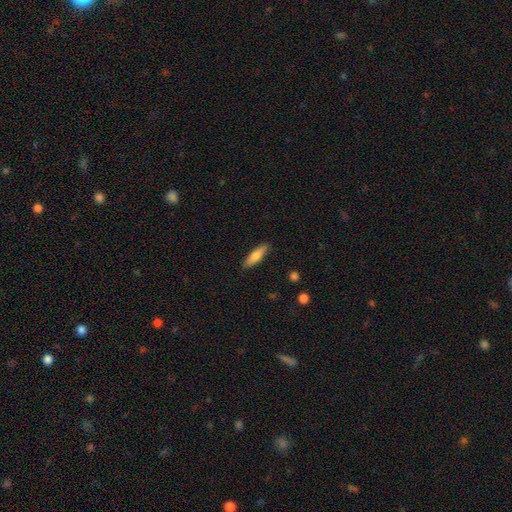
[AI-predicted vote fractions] smooth 71%, featured or disk 23%, star or artifact 6%. Down the decision tree: how rounded — cigar-shaped (66%); merging — none (88%).